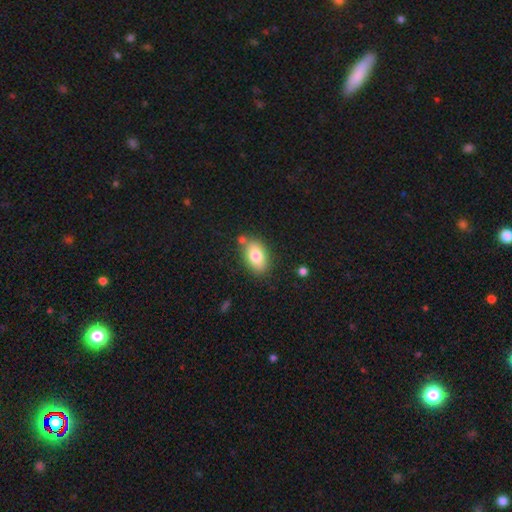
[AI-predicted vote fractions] This appears to be a smooth galaxy with no disk features (78%) that is in between round and cigar-shaped (89%). Merging: none (78%).